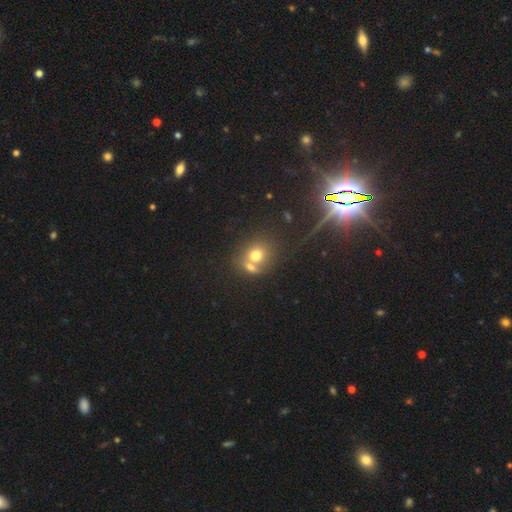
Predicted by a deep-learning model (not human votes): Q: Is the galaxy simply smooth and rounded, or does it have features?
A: smooth — 70%.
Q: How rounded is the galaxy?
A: round — 71%.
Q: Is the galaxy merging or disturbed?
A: merger — 46%.